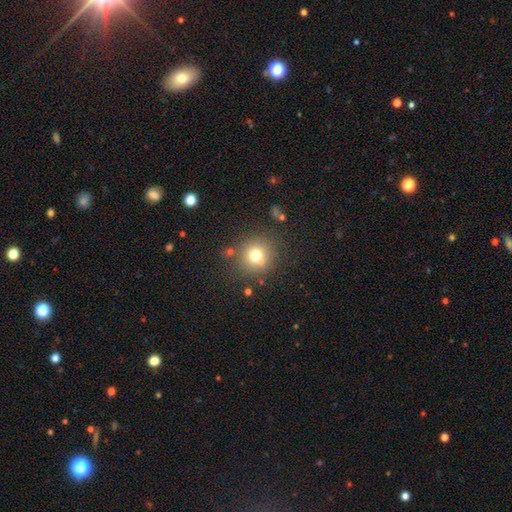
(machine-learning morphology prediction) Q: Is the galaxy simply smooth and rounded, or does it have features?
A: smooth — 72%.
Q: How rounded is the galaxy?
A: round — 92%.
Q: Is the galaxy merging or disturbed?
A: none — 77%.